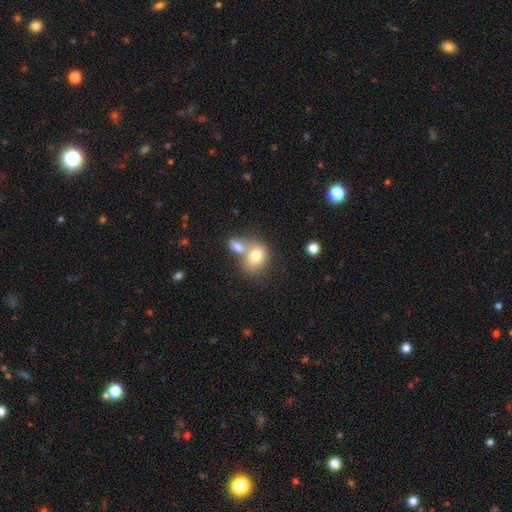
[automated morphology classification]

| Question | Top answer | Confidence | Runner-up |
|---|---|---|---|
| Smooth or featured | smooth | 77% | featured or disk (14%) |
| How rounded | in between | 58% | round (40%) |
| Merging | merger | 54% | none (32%) |